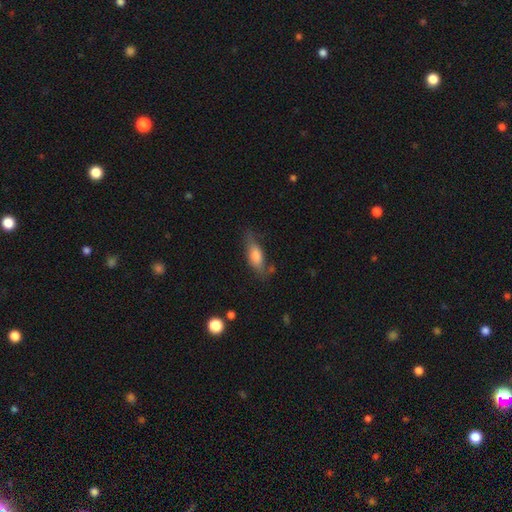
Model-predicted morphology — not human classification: Smooth or featured? Predicted: smooth (p=0.65). How rounded? Predicted: in between (p=0.64). Merging? Predicted: none (p=0.64).